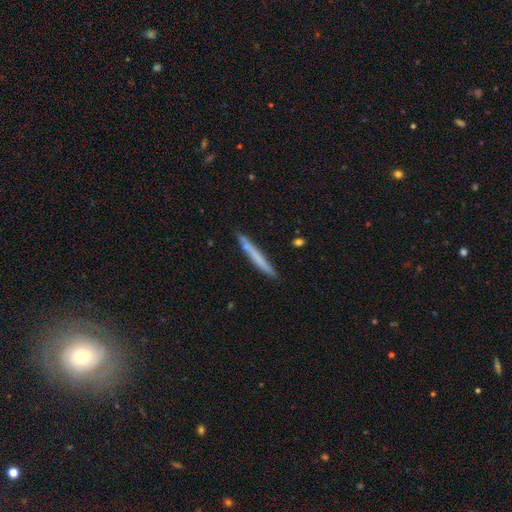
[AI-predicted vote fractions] smooth_or_featured: smooth (p=0.60) [alt: featured or disk p=0.34]
how_rounded: cigar-shaped (p=0.97) [alt: in between p=0.02]
merging: none (p=0.86) [alt: minor disturbance p=0.10]